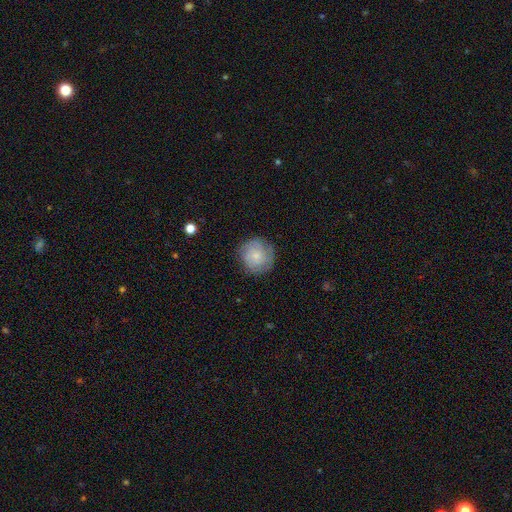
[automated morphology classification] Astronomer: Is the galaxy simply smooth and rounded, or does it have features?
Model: smooth — 58% (runner-up: featured or disk, 34%).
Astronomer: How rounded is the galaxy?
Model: round — 92%.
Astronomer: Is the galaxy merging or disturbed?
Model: none — 80%.